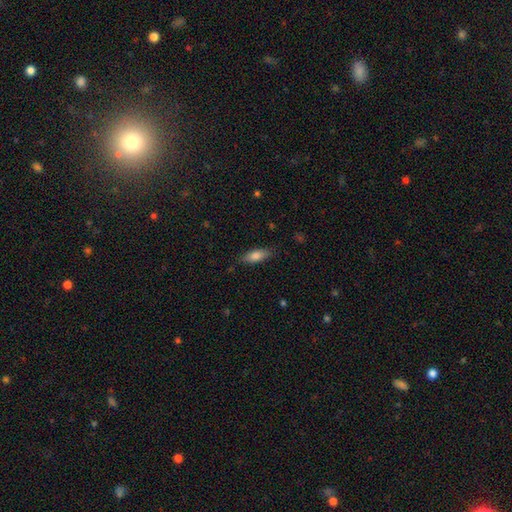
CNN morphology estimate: smooth 78%, featured or disk 15%, star or artifact 7%. Down the decision tree: how rounded — in between (71%); merging — none (81%).